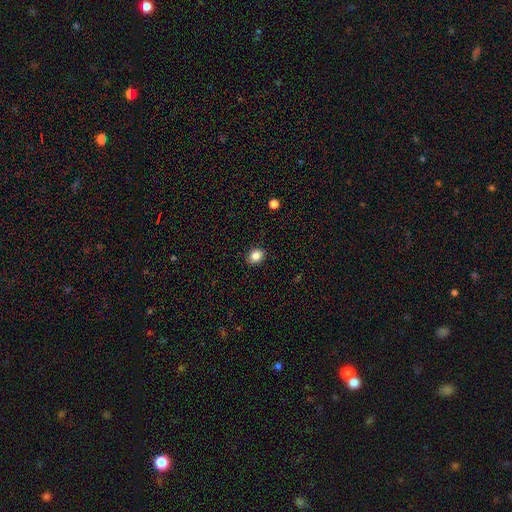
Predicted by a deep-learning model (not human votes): A smooth galaxy with no disk features (84%) that is round (57%).

Vote fractions:
- Smooth or featured? smooth: 84% / star or artifact: 10% / featured or disk: 5%
- How rounded? round: 57% / in between: 42% / cigar-shaped: 1%
- Merging? none: 90% / minor disturbance: 7% / major disturbance: 2% / merger: 1%